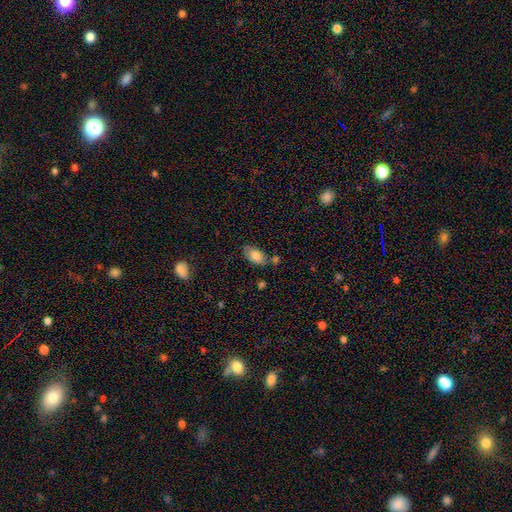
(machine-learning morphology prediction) A smooth galaxy with no disk features (77%) that is in between round and cigar-shaped (93%).

Vote fractions:
- Smooth or featured? smooth: 77% / featured or disk: 15% / star or artifact: 8%
- How rounded? in between: 93% / round: 4% / cigar-shaped: 3%
- Merging? none: 63% / minor disturbance: 22% / merger: 10% / major disturbance: 5%